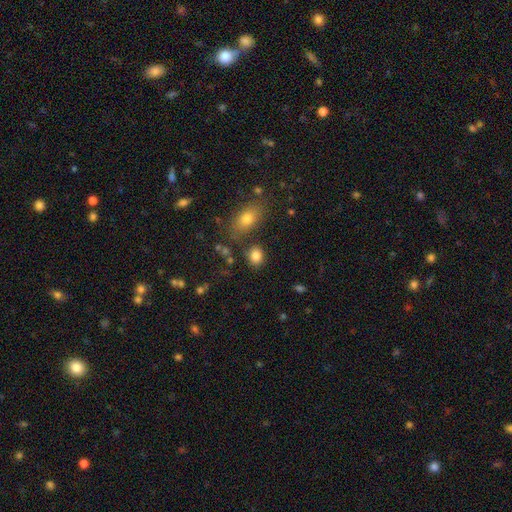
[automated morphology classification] This is clearly a smooth galaxy (84%). How rounded: possibly round (53%). Merging: likely none (77%).